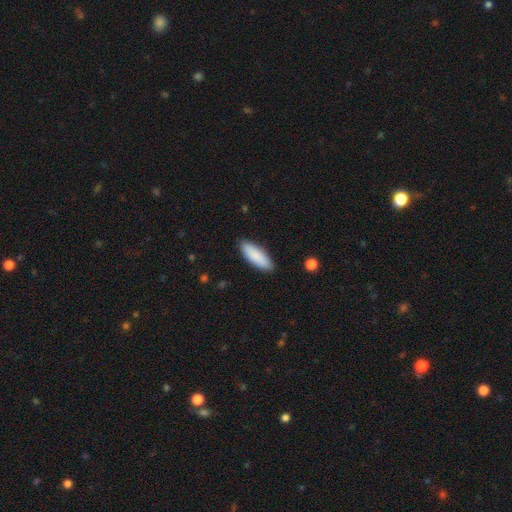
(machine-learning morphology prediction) Smooth or featured: smooth — 87% (featured or disk — 8%)
How rounded: in between — 63% (cigar-shaped — 36%)
Merging: none — 88% (minor disturbance — 9%)